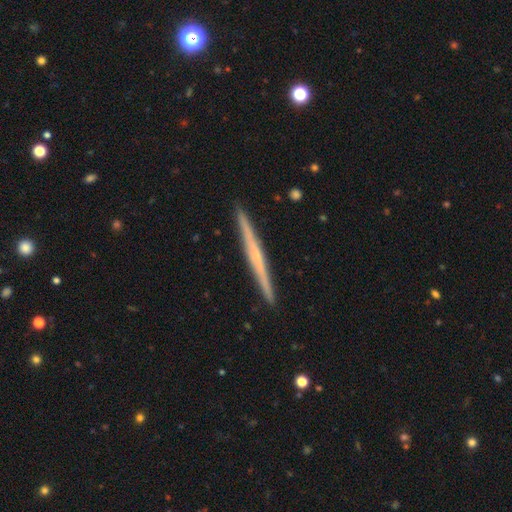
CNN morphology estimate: smooth-or-featured: featured or disk: 65% | smooth: 30% | star or artifact: 5%
  disk-edge-on: yes: 98% | no: 2%
    edge-on-bulge: none: 63% | rounded: 30% | boxy: 7%
  merging: none: 93% | minor disturbance: 5% | major disturbance: 1% | merger: 1%